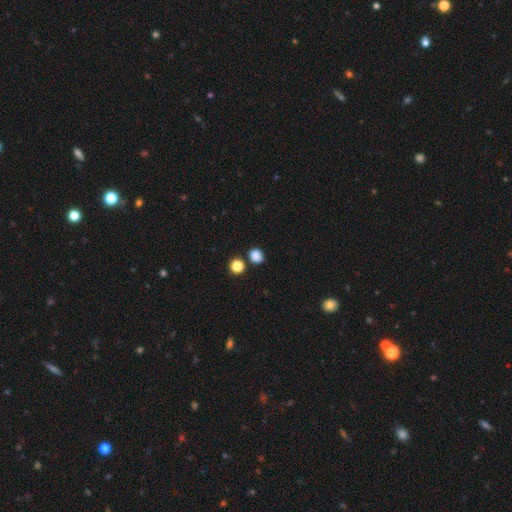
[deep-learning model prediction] A smooth galaxy with no disk features (85%) that is round (78%). Merging: none (83%).